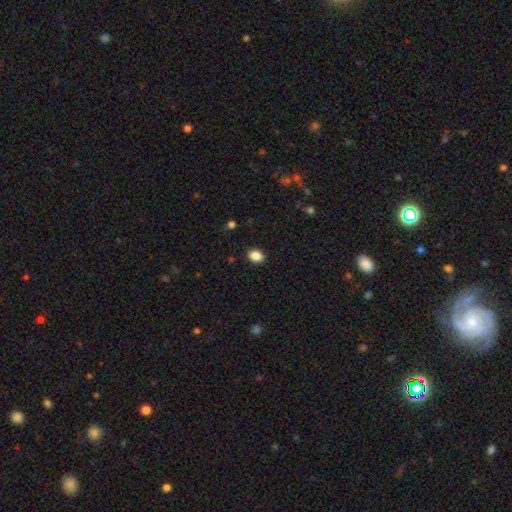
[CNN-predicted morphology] type=smooth (88%); roundness=in between (69%); merging=none (90%).